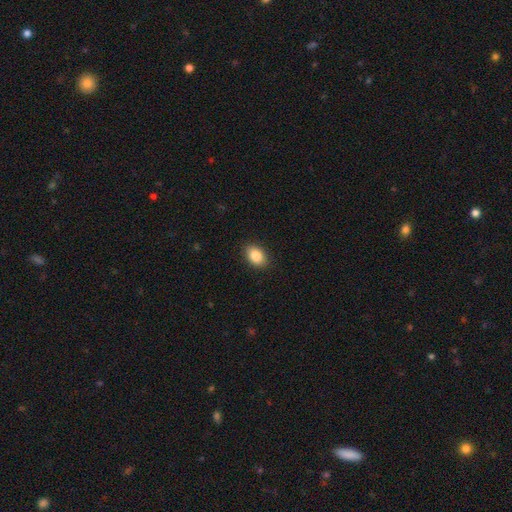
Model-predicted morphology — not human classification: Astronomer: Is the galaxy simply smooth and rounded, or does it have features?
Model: smooth — 87%.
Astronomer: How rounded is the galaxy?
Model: in between — 82%.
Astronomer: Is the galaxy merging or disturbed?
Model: none — 89%.